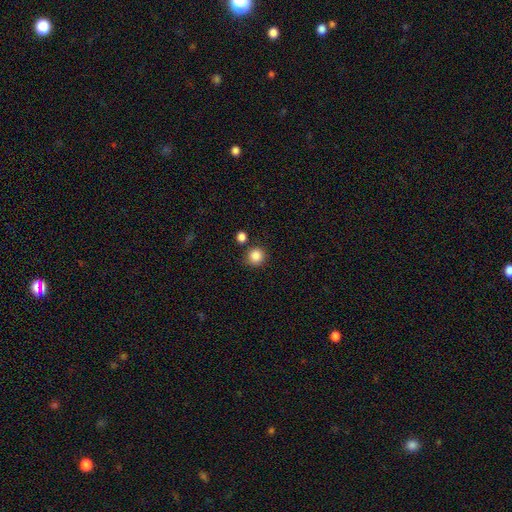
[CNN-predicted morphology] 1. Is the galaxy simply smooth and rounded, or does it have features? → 86% smooth, 10% star or artifact, 3% featured or disk.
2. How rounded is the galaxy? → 92% round, 7% in between, 1% cigar-shaped.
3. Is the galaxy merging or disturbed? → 81% none, 9% minor disturbance, 7% merger, 3% major disturbance.